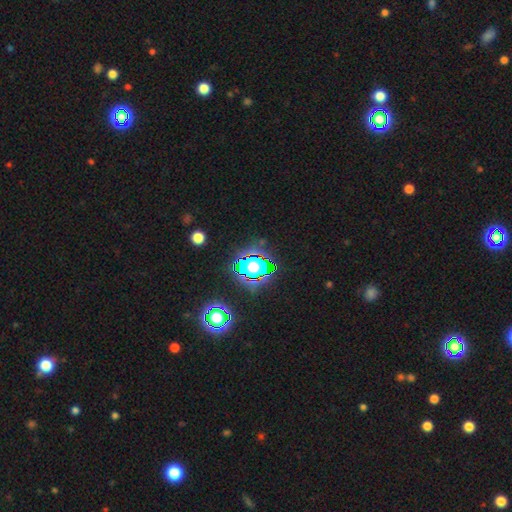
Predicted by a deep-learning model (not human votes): Smooth or featured? Predicted: star or artifact (p=0.78).